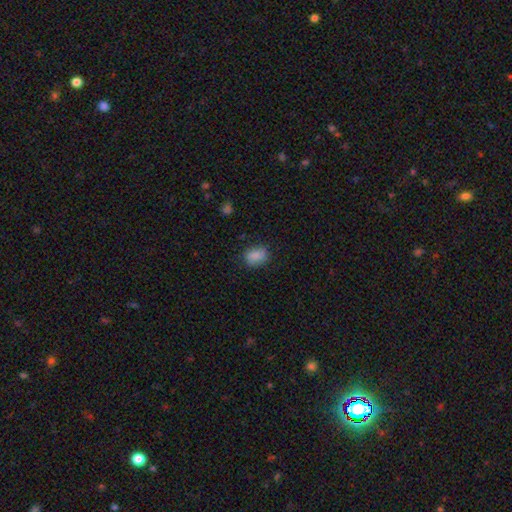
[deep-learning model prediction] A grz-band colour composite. It shows a smooth galaxy with no disk features (86%) that is in between round and cigar-shaped (75%). Merging: none (80%).